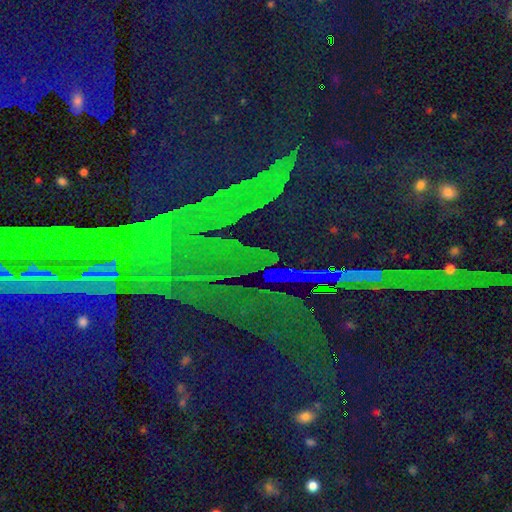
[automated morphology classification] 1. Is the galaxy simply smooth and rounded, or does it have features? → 87% star or artifact, 7% featured or disk, 6% smooth.